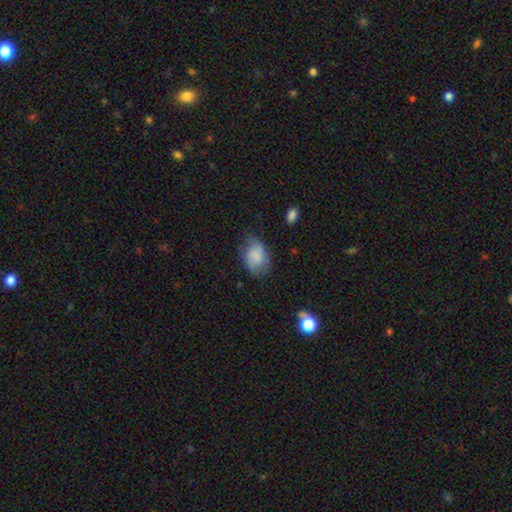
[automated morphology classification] The model was most divided on "merging": none: 55%, minor disturbance: 31%, major disturbance: 12%, merger: 2%. More confident: how rounded — in between (79%); smooth or featured — smooth (72%).